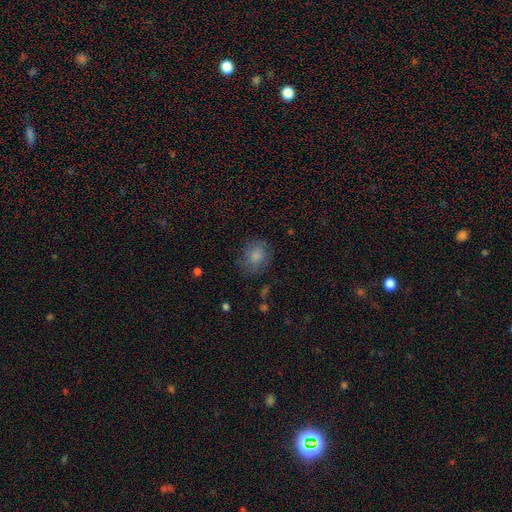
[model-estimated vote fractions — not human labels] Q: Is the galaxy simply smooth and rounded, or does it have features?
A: smooth — 81%.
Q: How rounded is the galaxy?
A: round — 65%.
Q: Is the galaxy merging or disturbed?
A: none — 74%.